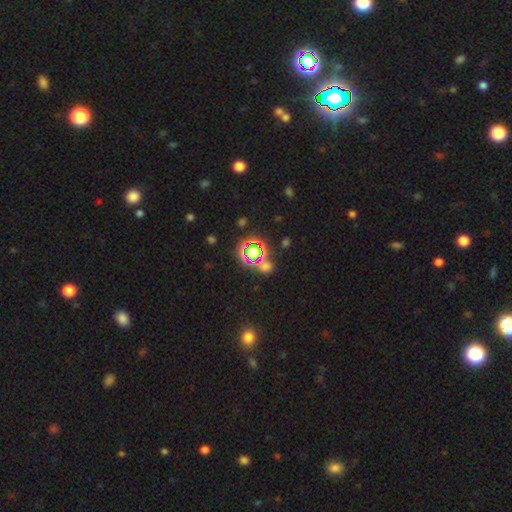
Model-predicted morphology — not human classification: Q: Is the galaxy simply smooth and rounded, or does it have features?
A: star or artifact — 71%.